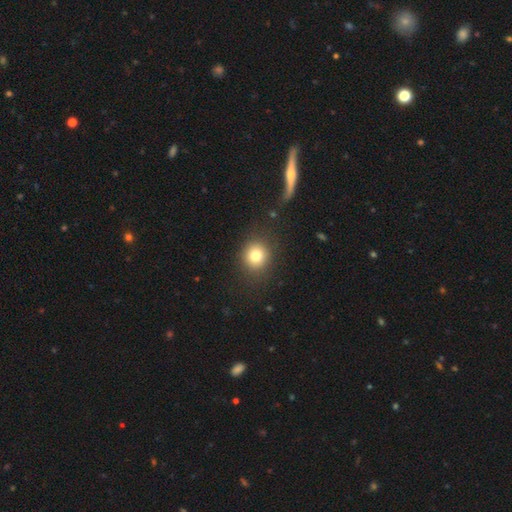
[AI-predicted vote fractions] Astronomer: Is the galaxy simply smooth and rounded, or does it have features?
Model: smooth — 79%.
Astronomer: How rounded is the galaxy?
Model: round — 83%.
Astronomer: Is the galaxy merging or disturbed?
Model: none — 85%.